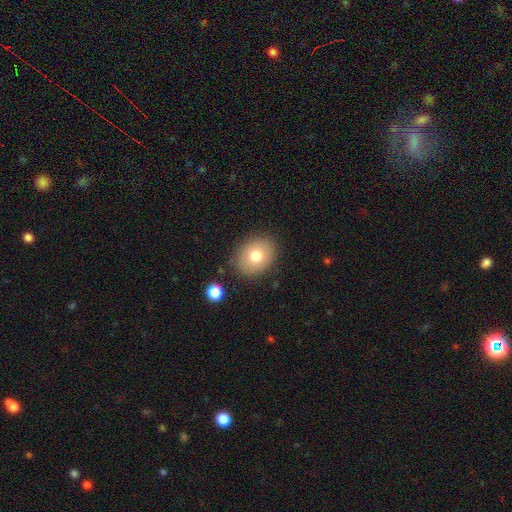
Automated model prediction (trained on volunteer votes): The model was most divided on "how rounded": in between: 52%, round: 47%, cigar-shaped: 1%. More confident: merging — none (84%); smooth or featured — smooth (76%).